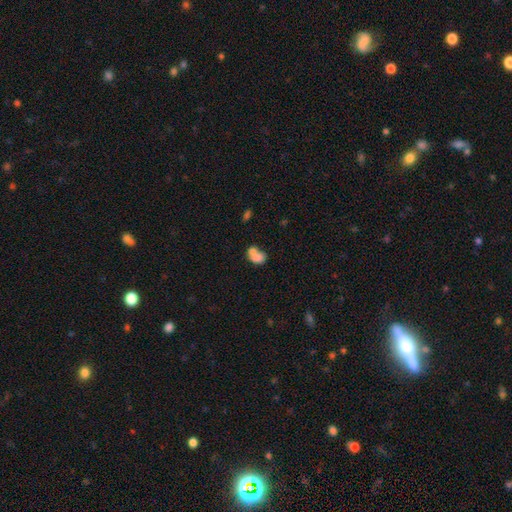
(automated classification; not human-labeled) Smooth or featured? Predicted: smooth (p=0.74). How rounded? Predicted: in between (p=0.64). Merging? Predicted: merger (p=0.61).